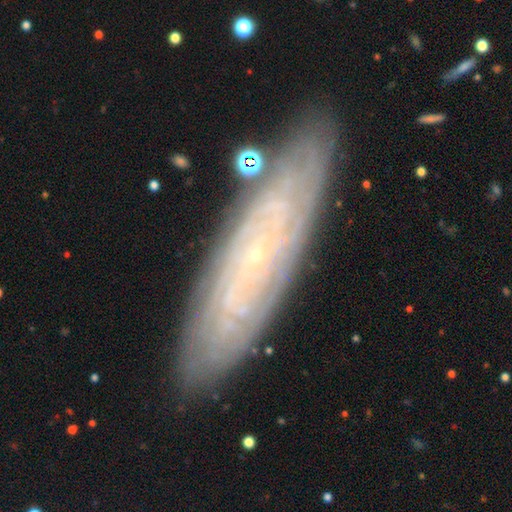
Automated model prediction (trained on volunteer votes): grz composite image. It shows a featured or disk galaxy (73%) with no bar (81%), spiral arms (88%) and a small central bulge (91%). Merging: none (86%).